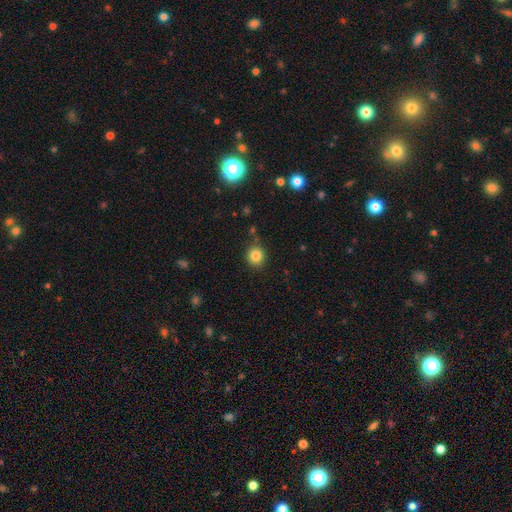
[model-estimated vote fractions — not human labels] Smooth or featured? Predicted: smooth (p=0.84). How rounded? Predicted: round (p=0.86). Merging? Predicted: none (p=0.83).